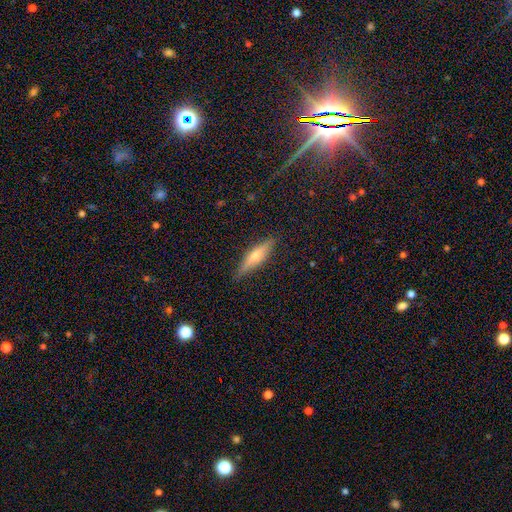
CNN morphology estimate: Smooth or featured?
  - featured or disk: 53% *
  - smooth: 39%
  - star or artifact: 8%
Edge-on disk?
  - yes: 92% *
  - no: 8%
Merging?
  - none: 86% *
  - minor disturbance: 11%
  - major disturbance: 2%
  - merger: 1%